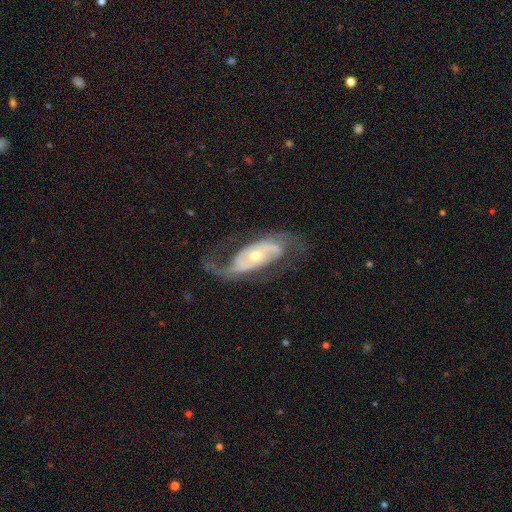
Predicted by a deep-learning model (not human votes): smooth-or-featured: featured or disk: 85% | smooth: 10% | star or artifact: 5%
  disk-edge-on: no: 92% | yes: 8%
    bar: no: 57% | weak: 26% | strong: 17%
    has-spiral-arms: yes: 91% | no: 9%
      spiral-winding: medium: 44% | loose: 36% | tight: 20%
      spiral-arm-count: 2: 84% | can't tell: 7% | 1: 4% | 3: 2% | 4: 1% | more than 4: 1%
    bulge-size: moderate: 51% | small: 43% | large: 4% | dominant: 1% | none: 1%
  merging: none: 65% | major disturbance: 18% | minor disturbance: 15% | merger: 2%